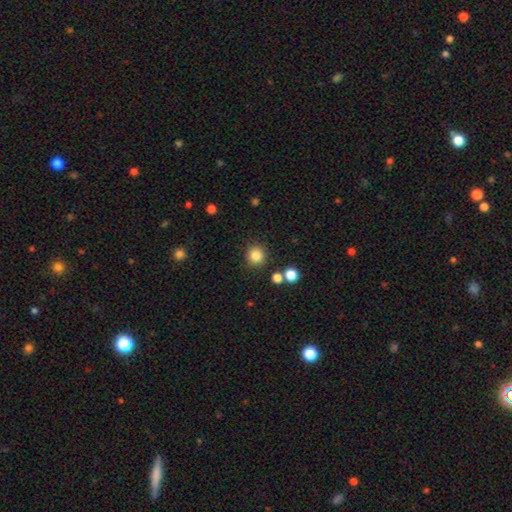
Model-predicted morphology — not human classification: Smooth or featured: smooth — 84% (star or artifact — 11%)
How rounded: round — 92% (in between — 7%)
Merging: none — 87% (minor disturbance — 7%)